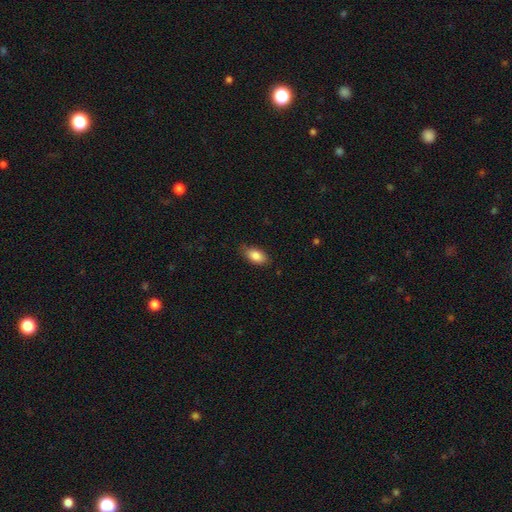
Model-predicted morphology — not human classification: smooth_or_featured: smooth (p=0.86) [alt: star or artifact p=0.07]
how_rounded: in between (p=0.91) [alt: round p=0.05]
merging: none (p=0.76) [alt: minor disturbance p=0.19]